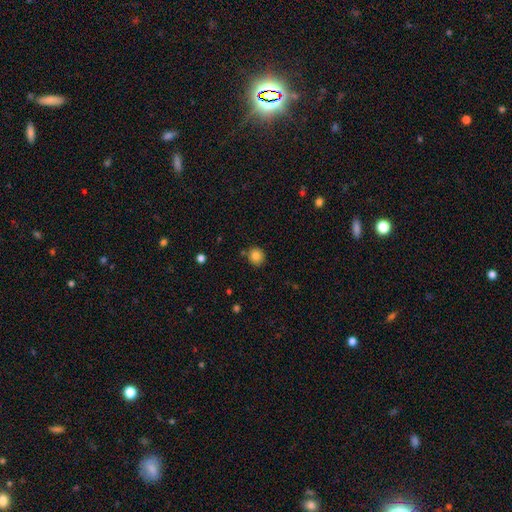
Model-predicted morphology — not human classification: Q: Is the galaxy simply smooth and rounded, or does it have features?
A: smooth — 83%.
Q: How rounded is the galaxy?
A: round — 92%.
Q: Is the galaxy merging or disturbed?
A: none — 83%.